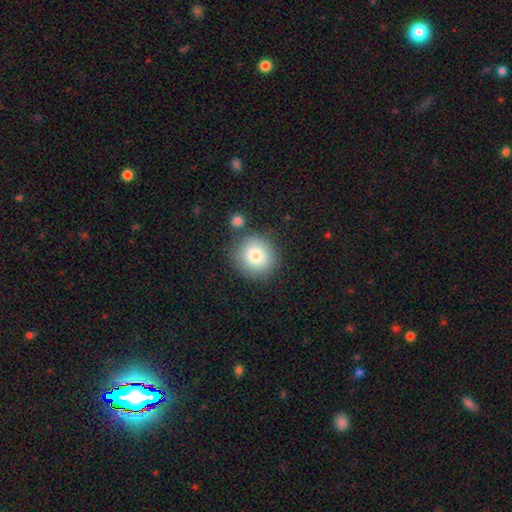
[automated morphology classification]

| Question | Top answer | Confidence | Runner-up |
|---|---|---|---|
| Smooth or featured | smooth | 80% | featured or disk (11%) |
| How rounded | round | 90% | in between (9%) |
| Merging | none | 74% | minor disturbance (12%) |